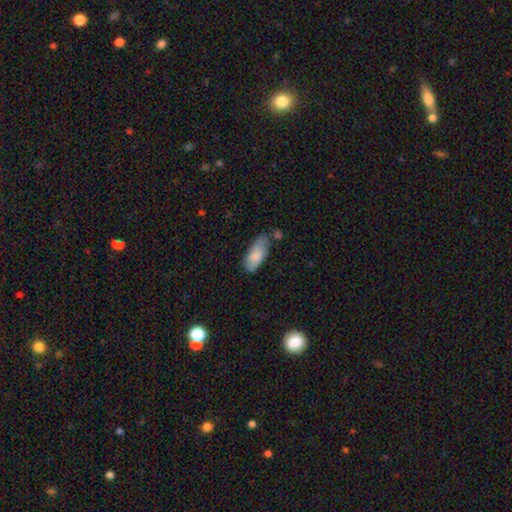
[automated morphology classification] smooth_or_featured: smooth (p=0.79) [alt: featured or disk p=0.15]
how_rounded: in between (p=0.82) [alt: cigar-shaped p=0.16]
merging: none (p=0.56) [alt: minor disturbance p=0.30]